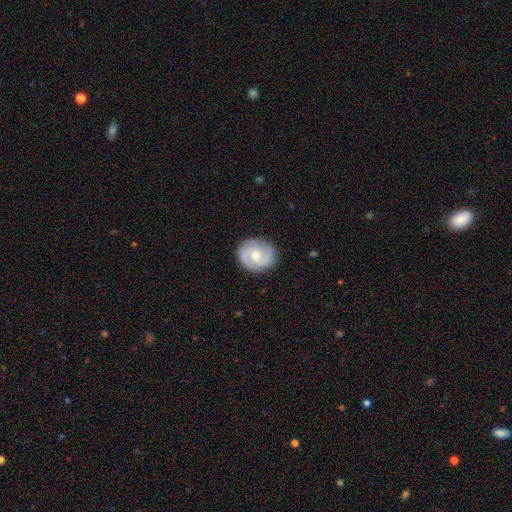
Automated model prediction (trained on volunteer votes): Morphology: type=featured or disk (75%); edge-on=no (98%); bar=no (60%); spiral arms=yes (95%); winding=tight (44%, tied with medium); arm count=2 (68%); bulge=moderate (58%); merging=none (84%).